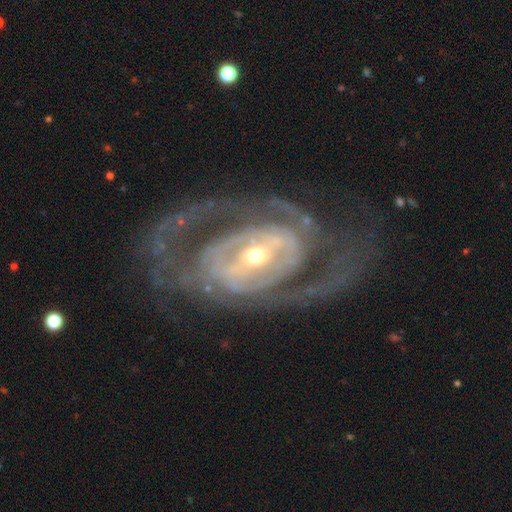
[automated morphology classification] A featured or disk galaxy (89%) with a strong bar (41%), 2 (61%) tight (43%, tied with medium) spiral arms (89%) and a small central bulge (49%).

Vote fractions:
- Smooth or featured? featured or disk: 89% / smooth: 6% / star or artifact: 5%
- Edge-on disk? no: 95% / yes: 5%
- Bar? strong: 41% / weak: 36% / no: 23%
- Spiral arms? yes: 89% / no: 11%
- Spiral winding? tight: 43% (tied) / medium: 43% (tied) / loose: 15%
- Spiral arm count? 2: 61% / can't tell: 18% / 3: 9% / 1: 4% / 4: 4% / more than 4: 3%
- Bulge size? small: 49% / moderate: 45% / large: 4% / dominant: 1% / none: 1%
- Merging? none: 66% / major disturbance: 18% / minor disturbance: 15% / merger: 2%